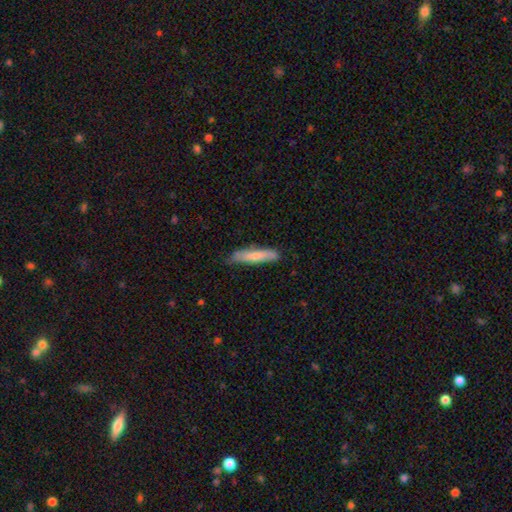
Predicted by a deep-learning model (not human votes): Smooth or featured? Predicted: smooth (p=0.73). How rounded? Predicted: cigar-shaped (p=0.89). Merging? Predicted: none (p=0.77).